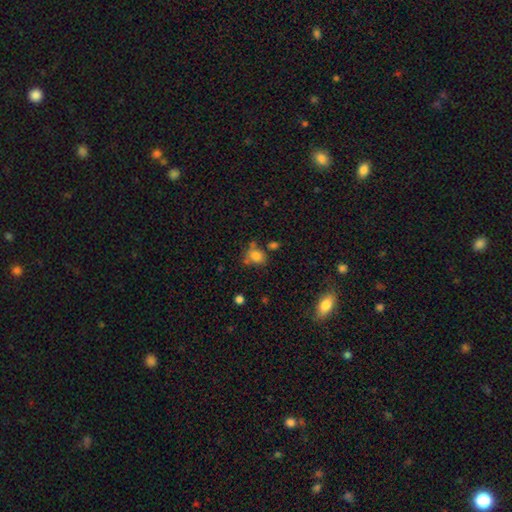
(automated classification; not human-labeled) This is likely a smooth galaxy (79%). How rounded: possibly round (56%). Merging: possibly none (57%).